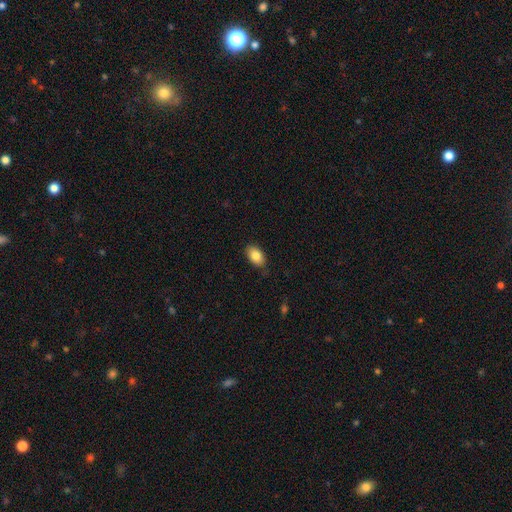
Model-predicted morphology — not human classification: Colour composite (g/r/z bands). It shows a smooth galaxy with no disk features (85%) that is in between round and cigar-shaped (92%). Merging: none (84%).